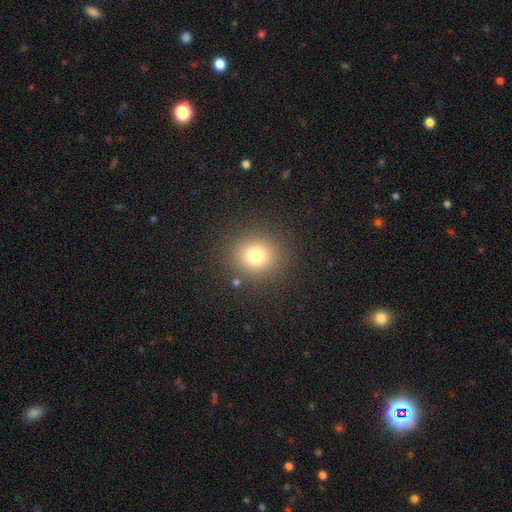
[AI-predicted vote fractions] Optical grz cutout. It shows a smooth galaxy with no disk features (74%) that is round (87%). Merging: none (87%).